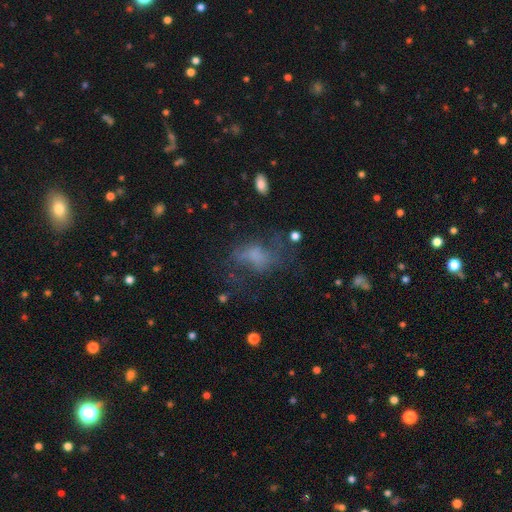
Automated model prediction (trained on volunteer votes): Smooth or featured? Predicted: smooth (p=0.42). Merging? Predicted: none (p=0.41).